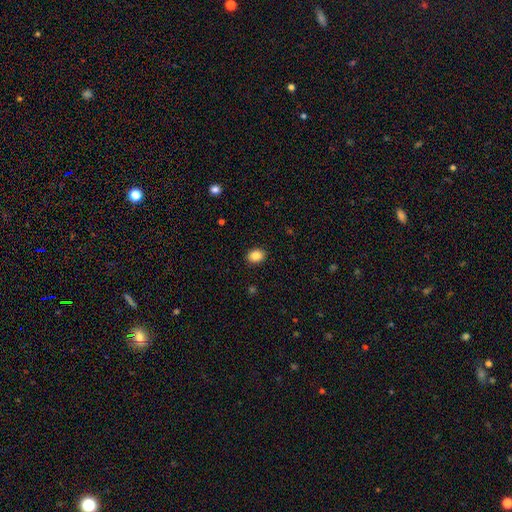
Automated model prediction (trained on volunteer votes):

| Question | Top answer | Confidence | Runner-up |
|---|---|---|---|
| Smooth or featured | smooth | 86% | star or artifact (9%) |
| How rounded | in between | 57% | round (42%) |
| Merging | none | 90% | minor disturbance (7%) |